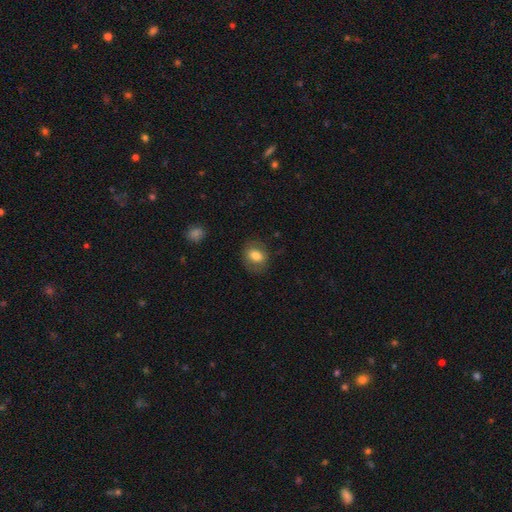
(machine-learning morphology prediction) Smooth or featured? smooth (74%)
How rounded? in between (57%)
Merging? none (79%)